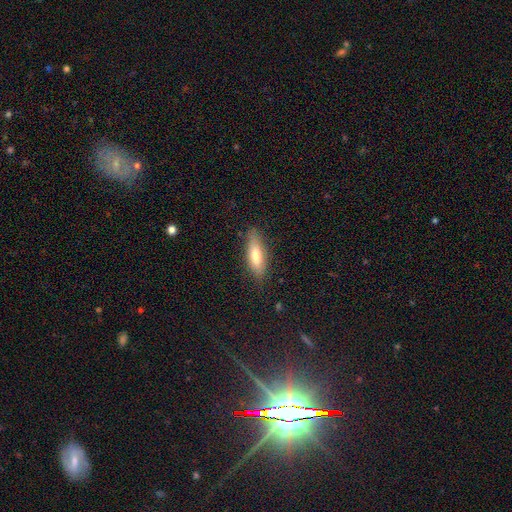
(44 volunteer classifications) smooth-or-featured: smooth: 70% | featured or disk: 27% | star or artifact: 2%
  how-rounded: cigar-shaped: 61% | in between: 35% | round: 3%
  merging: none: 74% | minor disturbance: 23% | merger: 2% | major disturbance: 0%